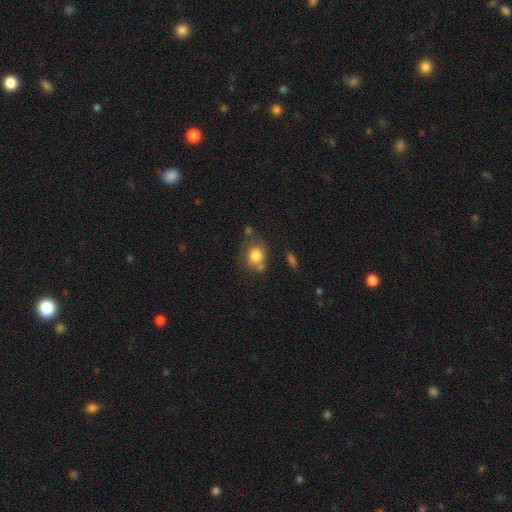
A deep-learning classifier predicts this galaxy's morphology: This is clearly a smooth galaxy (80%). How rounded: likely round (70%). Merging: likely none (60%).